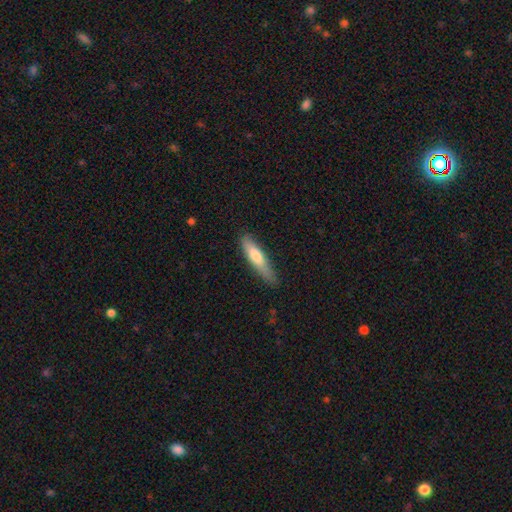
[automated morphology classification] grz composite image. It shows a smooth galaxy with no disk features (68%) that is cigar-shaped (81%). Merging: none (78%).